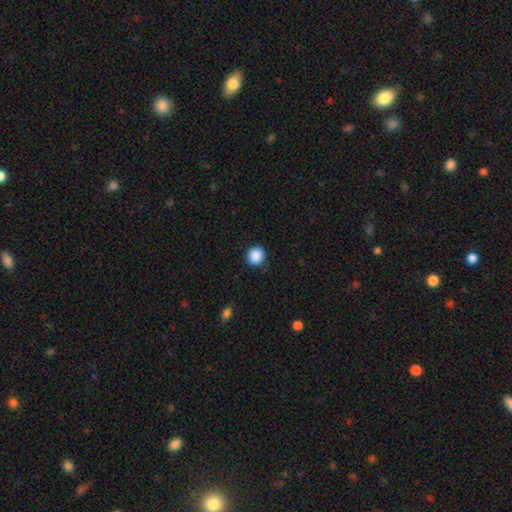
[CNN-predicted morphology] Overall: smooth (89%). How rounded: round (93%). Merging: none (89%).